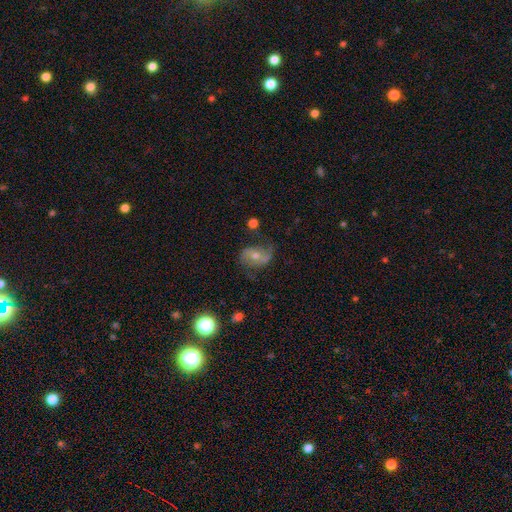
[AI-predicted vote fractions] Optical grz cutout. It shows a featured or disk galaxy (71%) with no bar (56%), 2 (75%) loose (42%) spiral arms (90%) and a moderate central bulge (53%). Merging: none (61%).